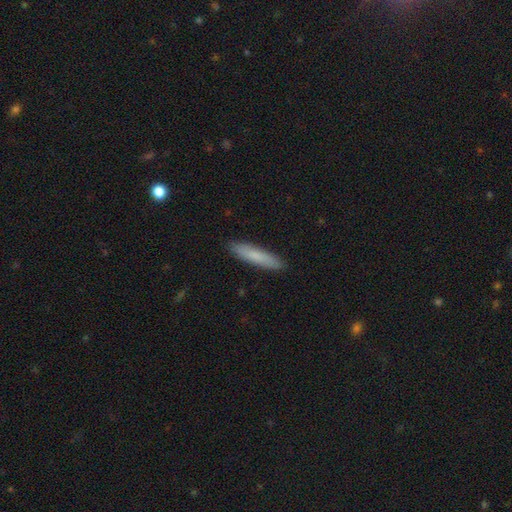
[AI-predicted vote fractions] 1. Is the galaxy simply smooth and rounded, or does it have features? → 79% smooth, 15% featured or disk, 6% star or artifact.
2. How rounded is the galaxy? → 87% cigar-shaped, 12% in between, 1% round.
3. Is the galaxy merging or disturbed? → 90% none, 7% minor disturbance, 2% major disturbance, 1% merger.